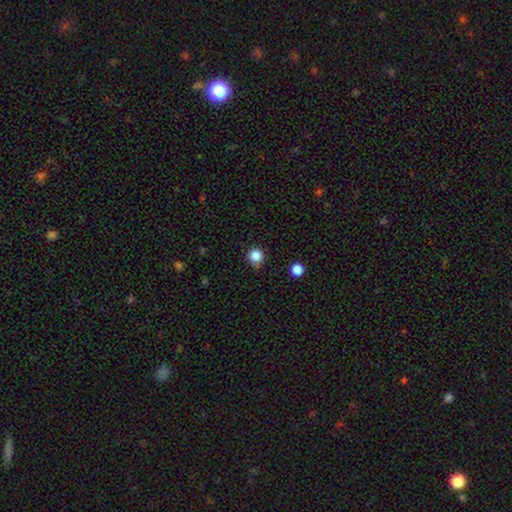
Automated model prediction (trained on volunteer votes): This appears to be a smooth galaxy with no disk features (84%) that is round (93%). Merging: none (73%).